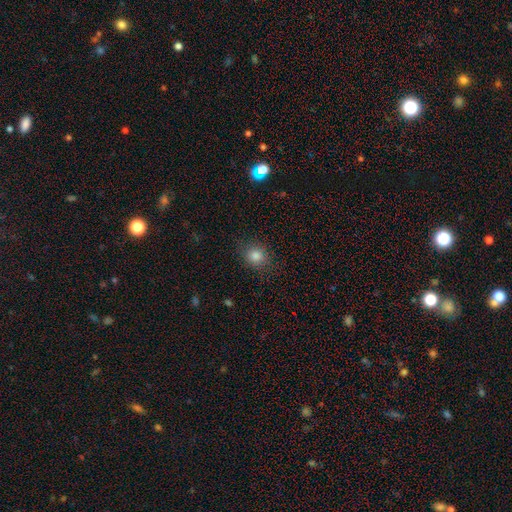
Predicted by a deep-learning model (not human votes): smooth_or_featured: smooth (p=0.82) [alt: star or artifact p=0.12]
how_rounded: round (p=0.75) [alt: in between p=0.24]
merging: none (p=0.85) [alt: minor disturbance p=0.11]